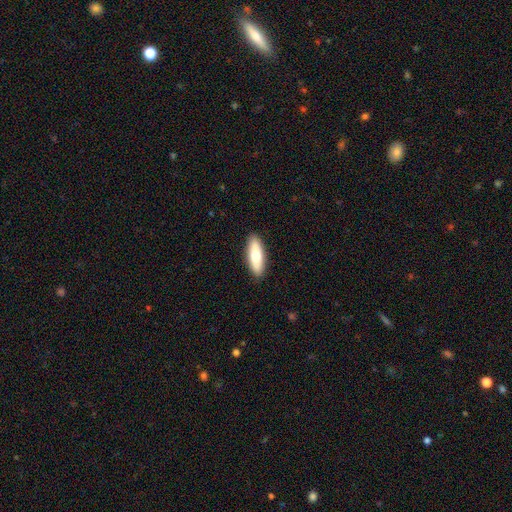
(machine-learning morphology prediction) Smooth or featured? smooth (70%)
How rounded? in between (58%)
Merging? none (90%)